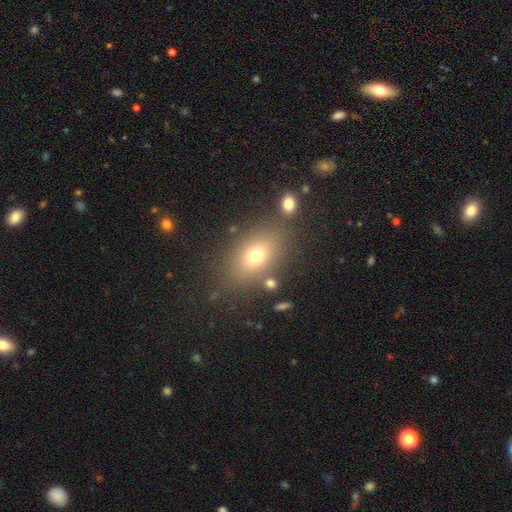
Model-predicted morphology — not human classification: A smooth galaxy with no disk features (69%) that is in between round and cigar-shaped (78%). Merging: none (77%).